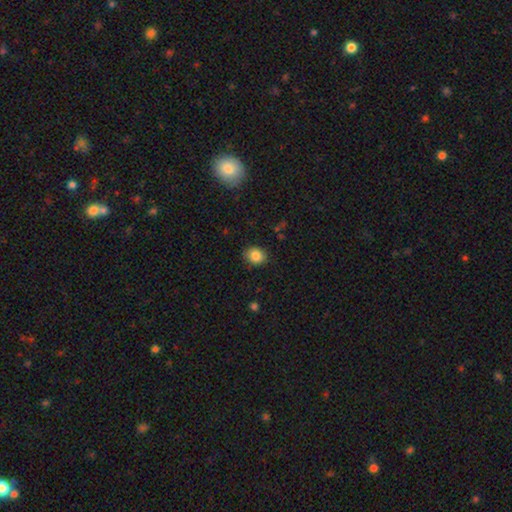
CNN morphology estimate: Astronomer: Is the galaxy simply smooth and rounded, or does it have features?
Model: smooth — 84%.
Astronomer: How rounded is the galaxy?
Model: round — 56% (runner-up: in between, 43%).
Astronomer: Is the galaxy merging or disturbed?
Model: none — 87%.